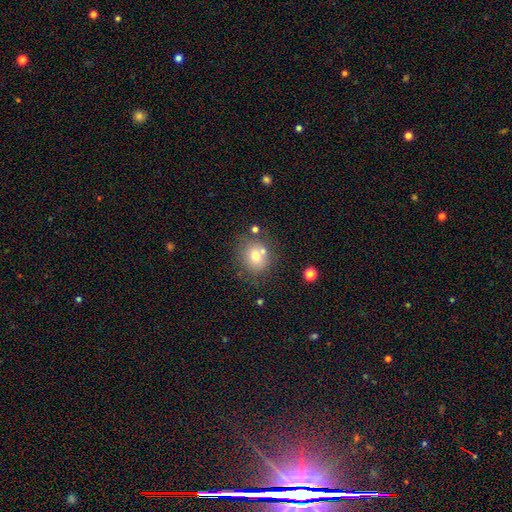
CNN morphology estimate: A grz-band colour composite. It shows a smooth galaxy with no disk features (70%) that is round (78%). Merging: none (64%).